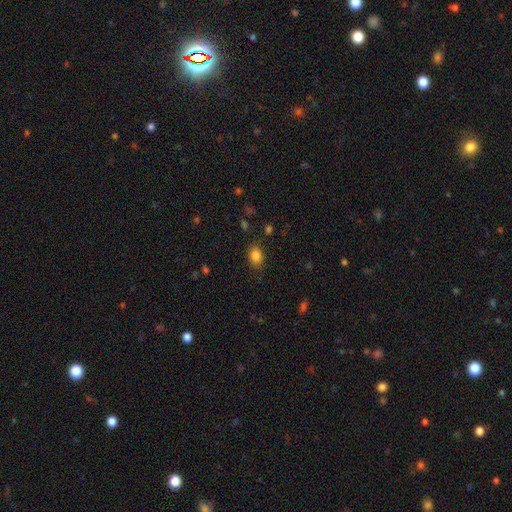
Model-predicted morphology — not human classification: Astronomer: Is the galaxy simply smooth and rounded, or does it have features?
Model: smooth — 84%.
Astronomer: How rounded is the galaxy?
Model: in between — 74%.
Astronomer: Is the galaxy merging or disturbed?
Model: none — 84%.